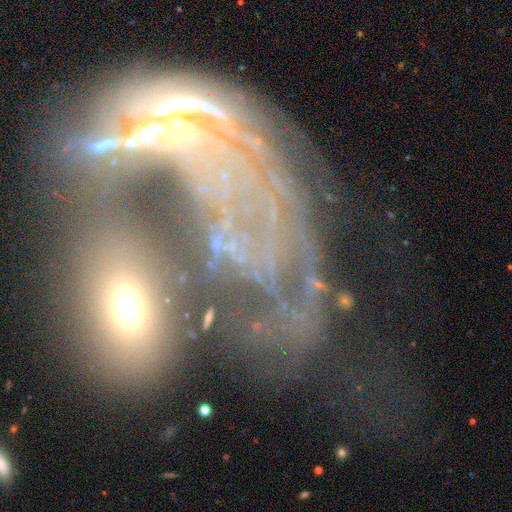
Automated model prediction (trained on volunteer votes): A featured or disk galaxy (58%) with no bar (67%), spiral arms (59%) and a small central bulge (38%). Merging: none (30%, tied with merger).